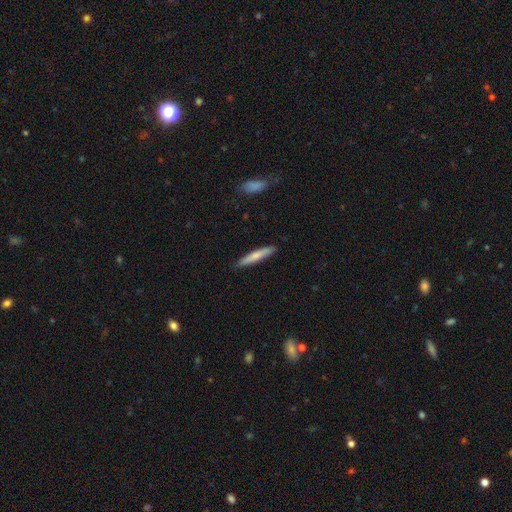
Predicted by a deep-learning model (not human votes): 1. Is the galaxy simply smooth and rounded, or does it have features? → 71% smooth, 23% featured or disk, 5% star or artifact.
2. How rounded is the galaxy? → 93% cigar-shaped, 6% in between, 1% round.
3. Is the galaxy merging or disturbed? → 89% none, 8% minor disturbance, 2% major disturbance, 1% merger.